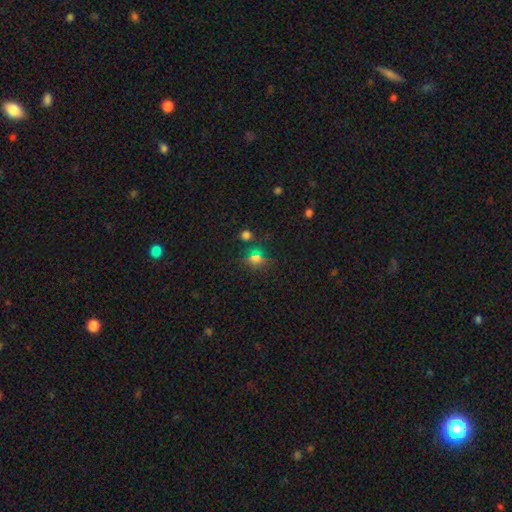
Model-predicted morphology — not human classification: type=smooth (57%); roundness=round (73%); merging=none (77%).